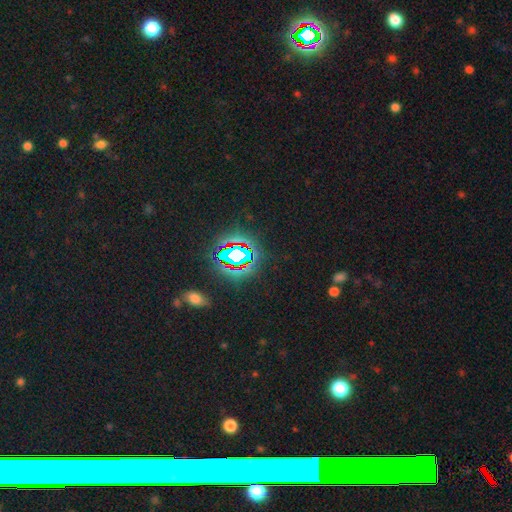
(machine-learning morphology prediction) Smooth or featured? Predicted: star or artifact (p=0.77).